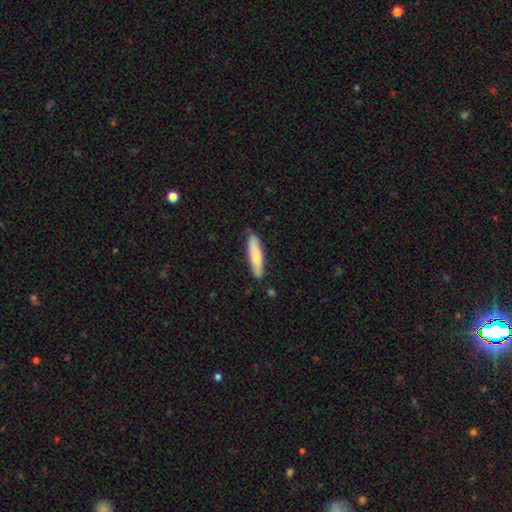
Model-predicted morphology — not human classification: Smooth or featured: smooth — 75% (featured or disk — 20%)
How rounded: cigar-shaped — 81% (in between — 17%)
Merging: none — 83% (minor disturbance — 14%)